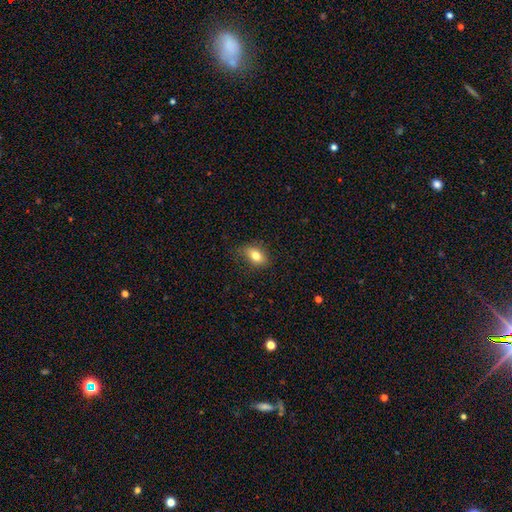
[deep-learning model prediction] smooth 78%, featured or disk 13%, star or artifact 9%. Down the decision tree: how rounded — in between (84%); merging — none (76%).